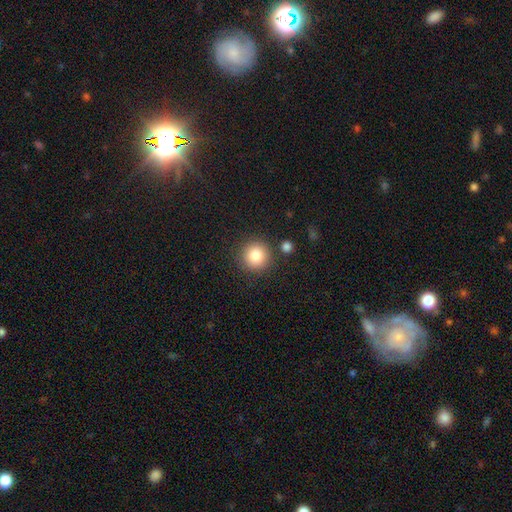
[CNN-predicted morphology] smooth_or_featured: smooth (p=0.84) [alt: star or artifact p=0.10]
how_rounded: round (p=0.95) [alt: in between p=0.04]
merging: none (p=0.86) [alt: minor disturbance p=0.07]